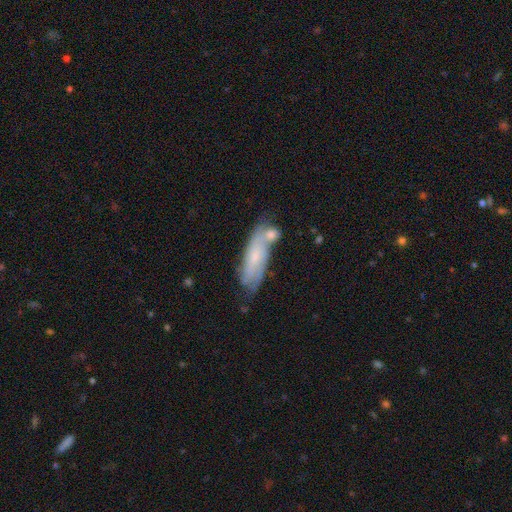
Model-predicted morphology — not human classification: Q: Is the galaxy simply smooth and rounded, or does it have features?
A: featured or disk — 52%.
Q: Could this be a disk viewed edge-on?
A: no — 77%.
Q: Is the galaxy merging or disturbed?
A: none — 46%.